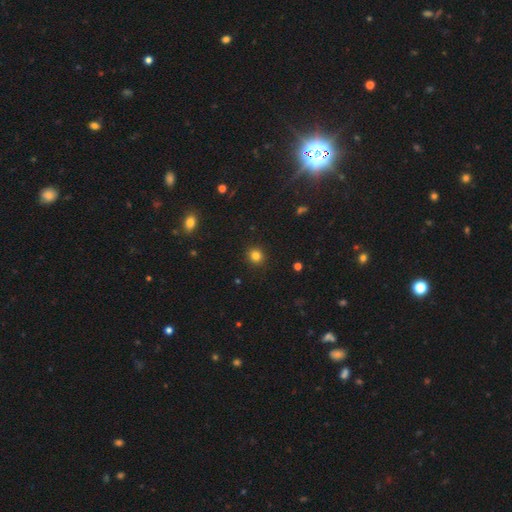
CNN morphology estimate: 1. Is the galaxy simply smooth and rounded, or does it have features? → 82% smooth, 13% star or artifact, 5% featured or disk.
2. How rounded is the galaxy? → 88% round, 11% in between, 1% cigar-shaped.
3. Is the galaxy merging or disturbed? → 92% none, 5% minor disturbance, 2% major disturbance, 1% merger.